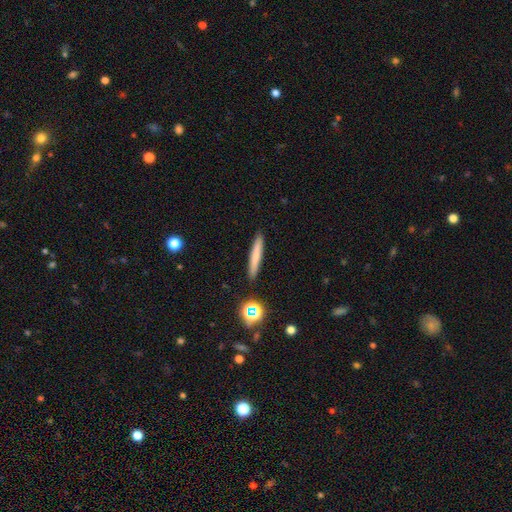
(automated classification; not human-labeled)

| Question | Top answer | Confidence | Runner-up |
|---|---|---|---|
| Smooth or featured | smooth | 72% | featured or disk (19%) |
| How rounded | cigar-shaped | 94% | in between (4%) |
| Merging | none | 91% | minor disturbance (6%) |